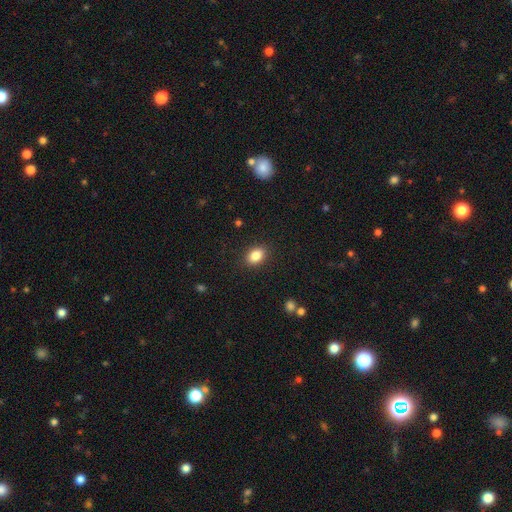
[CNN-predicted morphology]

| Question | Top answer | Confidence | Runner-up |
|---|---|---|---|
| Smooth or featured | smooth | 85% | star or artifact (9%) |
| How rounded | in between | 77% | round (21%) |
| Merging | none | 88% | minor disturbance (8%) |